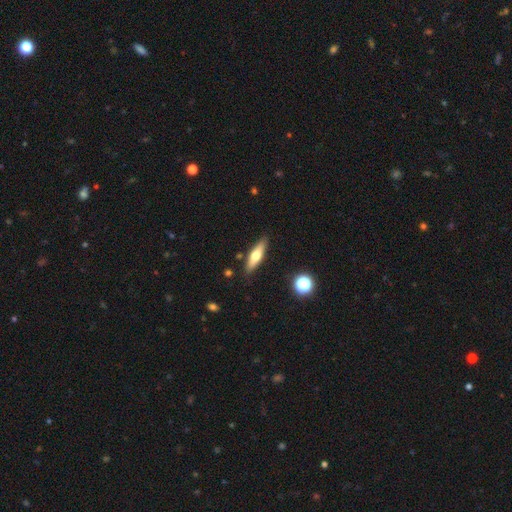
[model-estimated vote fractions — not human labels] smooth-or-featured: smooth: 54% | featured or disk: 40% | star or artifact: 7%
  how-rounded: cigar-shaped: 63% | in between: 35% | round: 3%
  merging: none: 86% | minor disturbance: 9% | merger: 2% | major disturbance: 2%